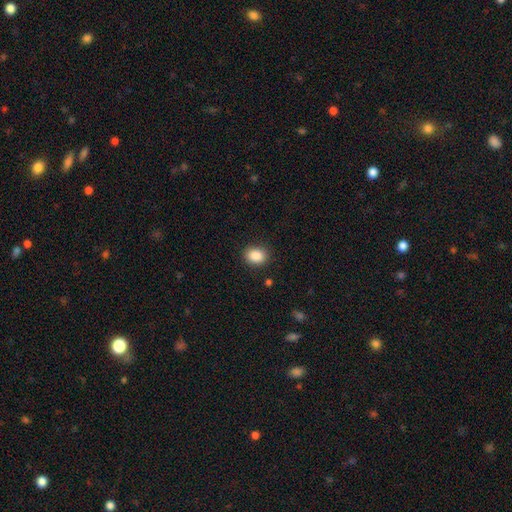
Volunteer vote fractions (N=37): Smooth or featured?
  - smooth: 95% *
  - star or artifact: 5%
  - featured or disk: 0%
How rounded?
  - round: 57% *
  - in between: 43%
  - cigar-shaped: 0%
Merging?
  - none: 94% *
  - major disturbance: 6%
  - minor disturbance: 0%
  - merger: 0%